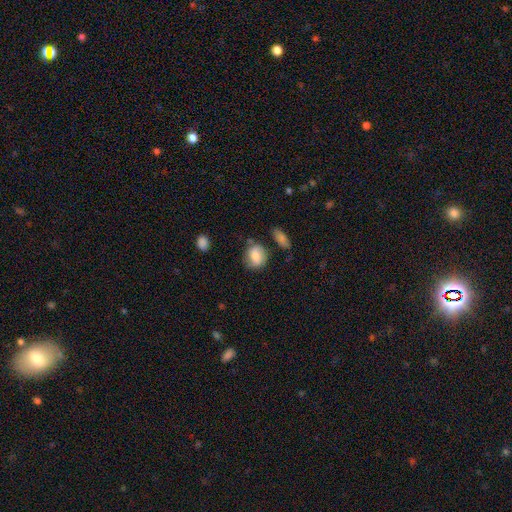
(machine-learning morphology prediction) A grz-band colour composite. It shows a smooth galaxy with no disk features (77%) that is round (55%). Merging: none (64%).